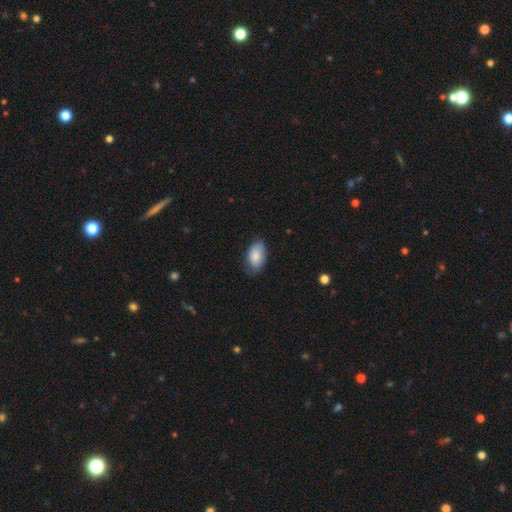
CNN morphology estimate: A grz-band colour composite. It shows a smooth galaxy with no disk features (84%) that is in between round and cigar-shaped (93%). Merging: none (69%).